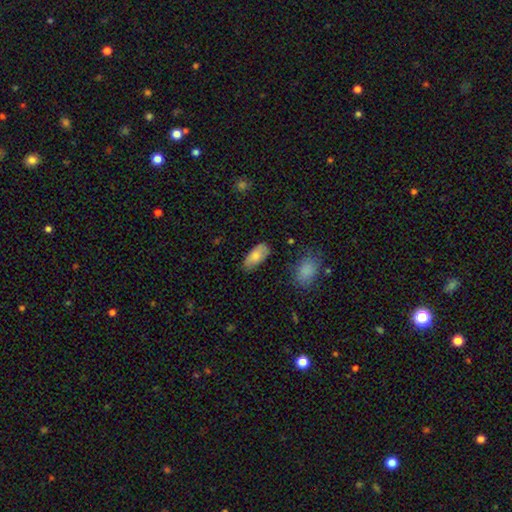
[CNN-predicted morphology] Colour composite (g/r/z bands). It shows a smooth galaxy with no disk features (79%) that is in between round and cigar-shaped (90%). Merging: none (73%).